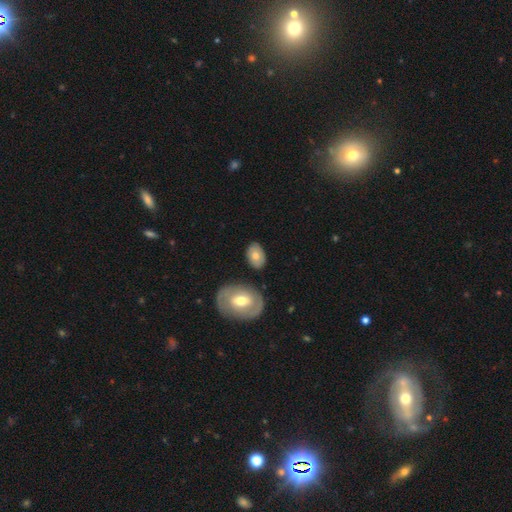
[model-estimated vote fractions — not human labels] smooth 70%, featured or disk 24%, star or artifact 7%. Down the decision tree: how rounded — in between (84%); merging — none (78%).